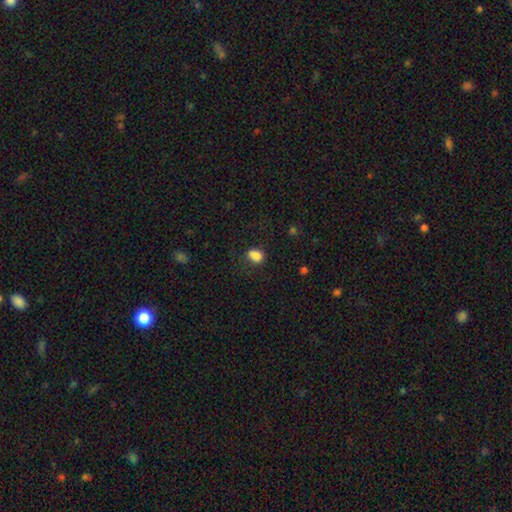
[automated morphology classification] Smooth or featured? smooth (82%)
How rounded? in between (61%)
Merging? none (56%)